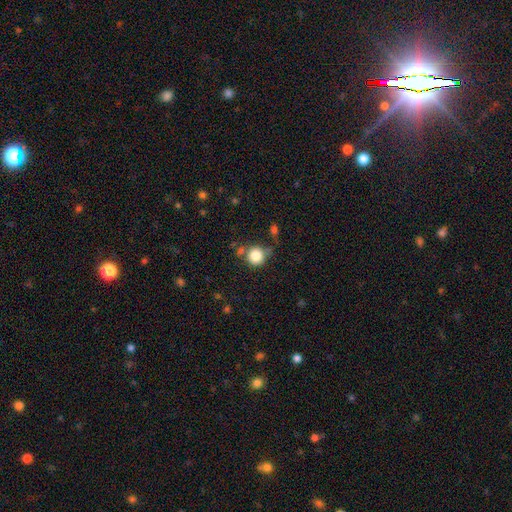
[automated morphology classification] smooth 83%, star or artifact 10%, featured or disk 7%. Down the decision tree: how rounded — round (91%); merging — none (63%).